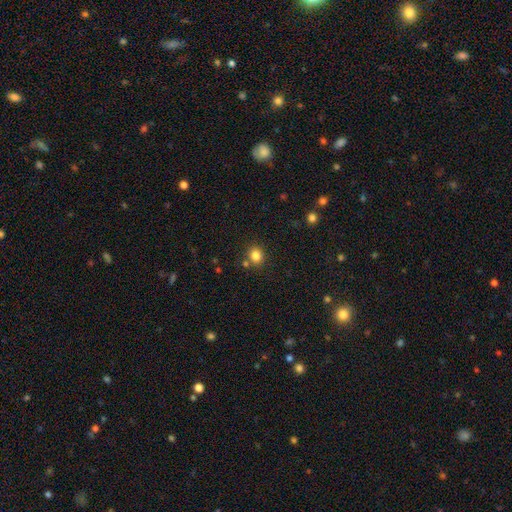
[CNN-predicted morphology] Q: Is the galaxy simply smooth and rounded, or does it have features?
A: smooth — 82%.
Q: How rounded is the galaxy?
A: round — 77%.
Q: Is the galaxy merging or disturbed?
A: none — 78%.